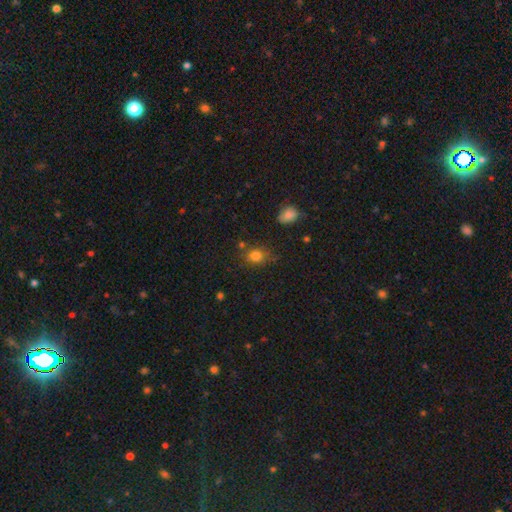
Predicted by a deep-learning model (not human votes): Morphology: type=smooth (80%); roundness=round (56%); merging=none (73%).